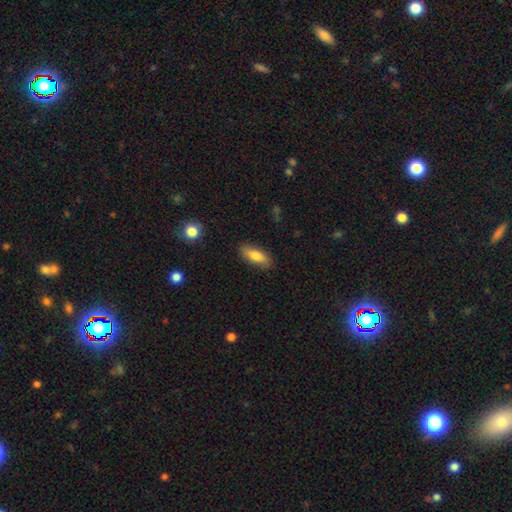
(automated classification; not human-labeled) Smooth or featured?
  - smooth: 80% *
  - featured or disk: 13%
  - star or artifact: 7%
How rounded?
  - in between: 74% *
  - cigar-shaped: 23%
  - round: 2%
Merging?
  - none: 86% *
  - minor disturbance: 11%
  - major disturbance: 2%
  - merger: 1%